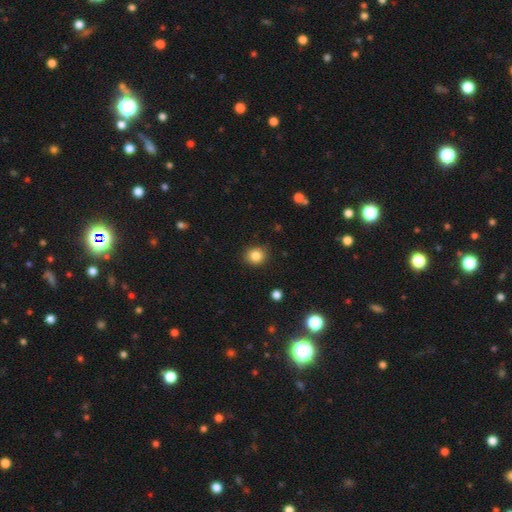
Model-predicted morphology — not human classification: Overall: smooth (85%). How rounded: round (79%). Merging: none (88%).